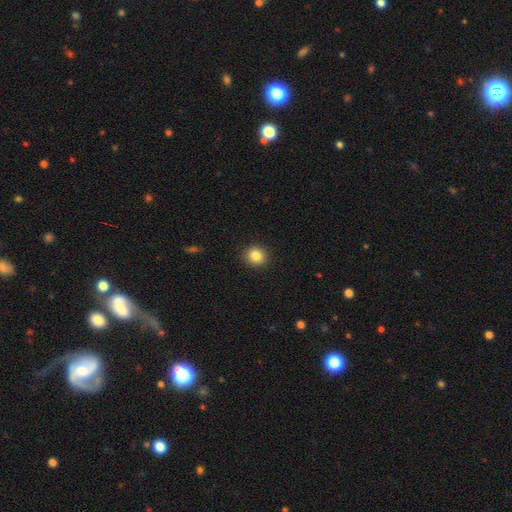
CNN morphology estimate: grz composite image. It shows a smooth galaxy with no disk features (85%) that is round (84%). Merging: none (91%).